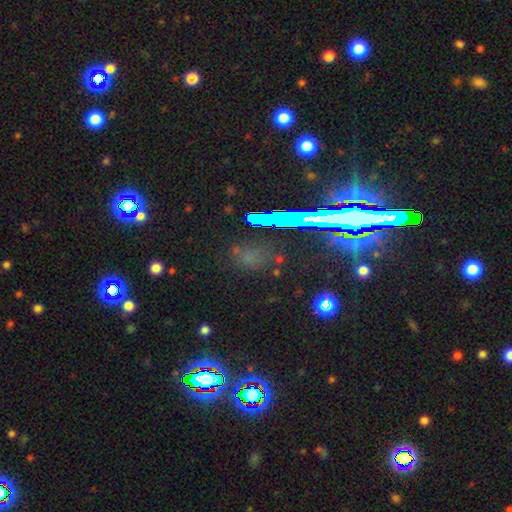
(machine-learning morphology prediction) star or artifact 67%, featured or disk 17%, smooth 16%.